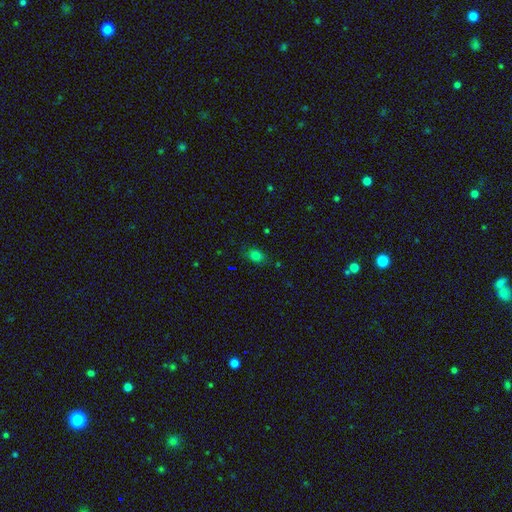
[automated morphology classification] Smooth or featured? smooth (76%)
How rounded? in between (63%)
Merging? none (80%)